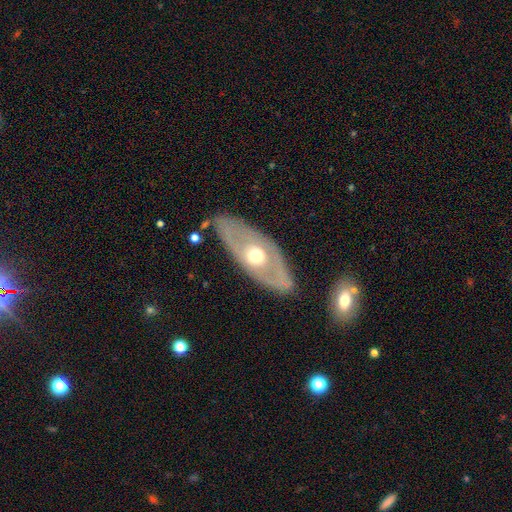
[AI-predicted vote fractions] This is likely a featured or disk galaxy (66%). It is likely not viewed edge-on (78%). Bar: clearly no (88%). Spiral arm pattern: likely no (77%). Central bulge: likely moderate (75%). Merging: clearly none (82%).